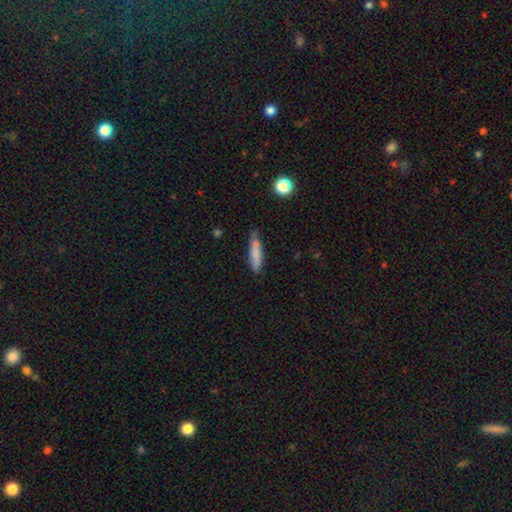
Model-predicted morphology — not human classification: This appears to be a smooth galaxy with no disk features (78%) that is cigar-shaped (77%). Merging: none (68%).